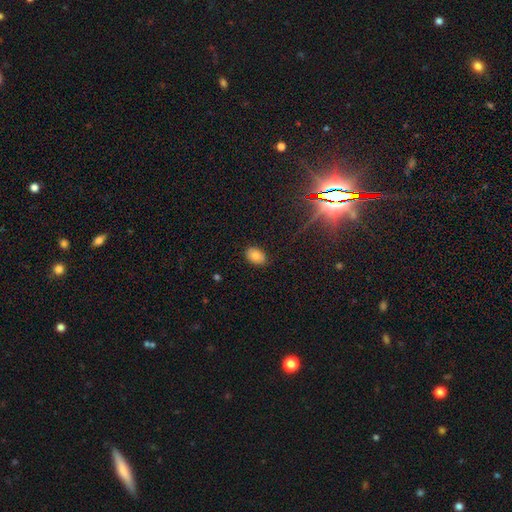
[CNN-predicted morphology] Smooth or featured? Predicted: smooth (p=0.78). How rounded? Predicted: in between (p=0.81). Merging? Predicted: none (p=0.86).